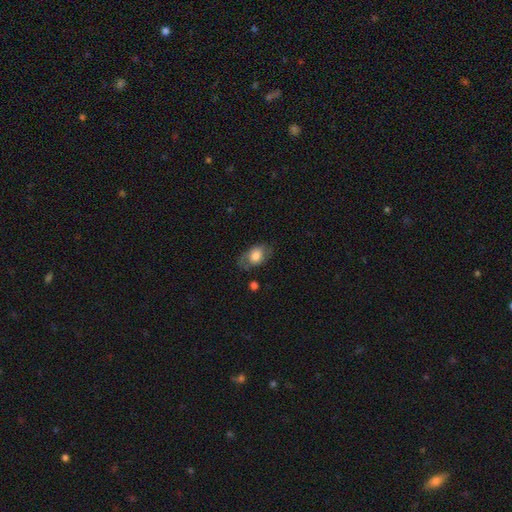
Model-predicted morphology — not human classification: Q: Smooth or featured?
A: smooth (62%); runner-up: featured or disk (30%)
Q: How rounded?
A: in between (82%); runner-up: round (16%)
Q: Merging?
A: none (61%); runner-up: minor disturbance (24%)